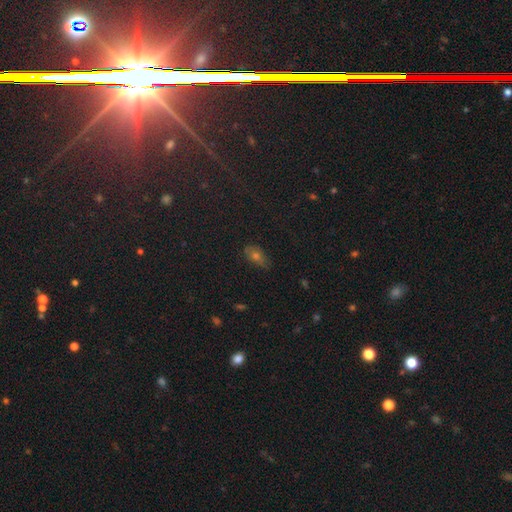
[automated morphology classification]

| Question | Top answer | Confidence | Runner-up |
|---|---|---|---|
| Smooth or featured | smooth | 54% | star or artifact (30%) |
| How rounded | in between | 80% | round (14%) |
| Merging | none | 75% | minor disturbance (19%) |